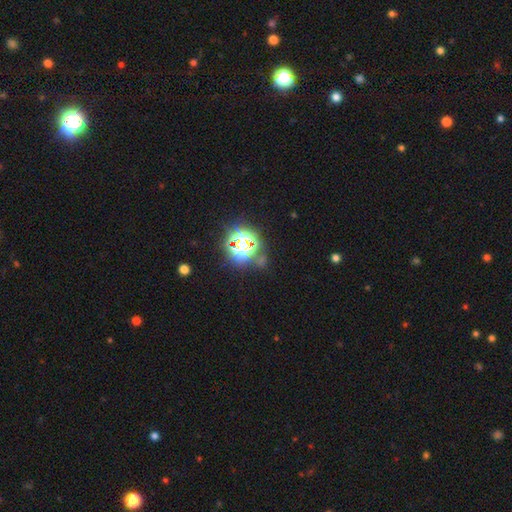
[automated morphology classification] Smooth or featured? Predicted: star or artifact (p=0.76).